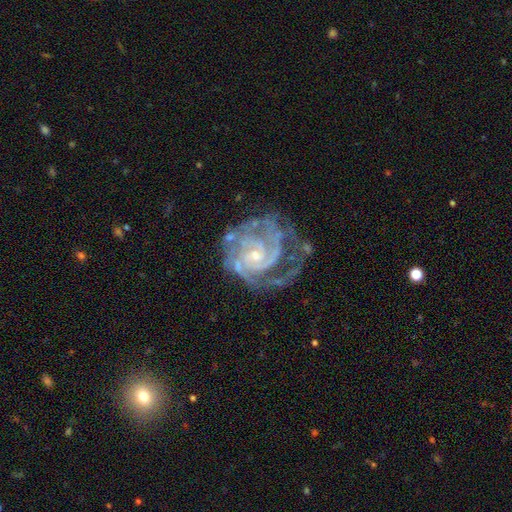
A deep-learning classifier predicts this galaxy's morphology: Smooth or featured?
  - featured or disk: 92% *
  - star or artifact: 5%
  - smooth: 3%
Edge-on disk?
  - no: 98% *
  - yes: 2%
Bar?
  - no: 60% *
  - weak: 32%
  - strong: 8%
Spiral arms?
  - yes: 98% *
  - no: 2%
Spiral winding?
  - tight: 68% *
  - medium: 28%
  - loose: 4%
Spiral arm count?
  - 2: 33% *
  - 3: 28%
  - can't tell: 17%
  - 4: 10%
  - 1: 6%
  - more than 4: 6%
Bulge size?
  - small: 67% *
  - moderate: 27%
  - none: 4%
  - large: 1%
  - dominant: 1%
Merging?
  - none: 53% *
  - minor disturbance: 24%
  - major disturbance: 20%
  - merger: 3%